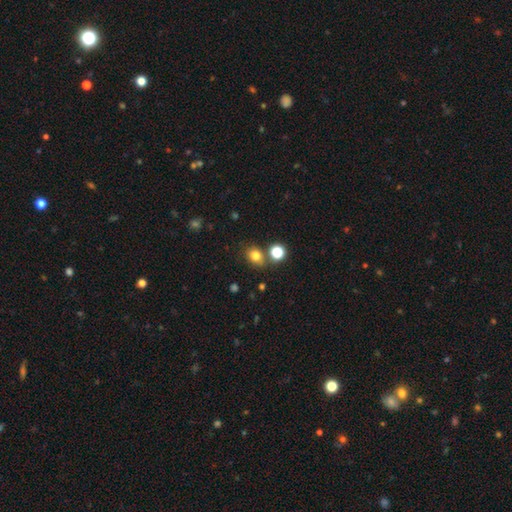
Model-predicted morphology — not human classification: Q: Smooth or featured?
A: smooth (78%); runner-up: star or artifact (15%)
Q: How rounded?
A: round (57%); runner-up: in between (42%)
Q: Merging?
A: none (71%); runner-up: merger (13%)